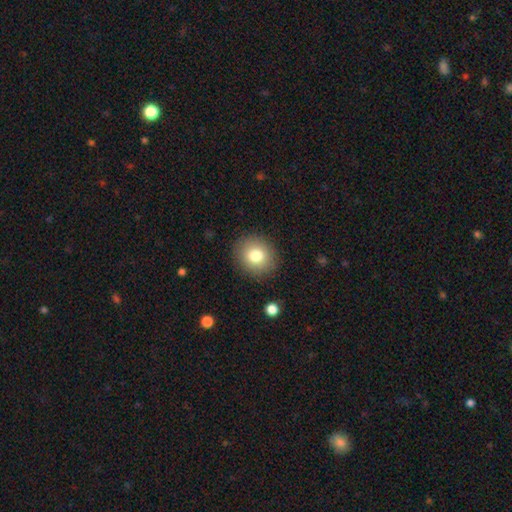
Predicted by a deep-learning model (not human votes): Smooth or featured? Predicted: smooth (p=0.79). How rounded? Predicted: round (p=0.79). Merging? Predicted: none (p=0.88).